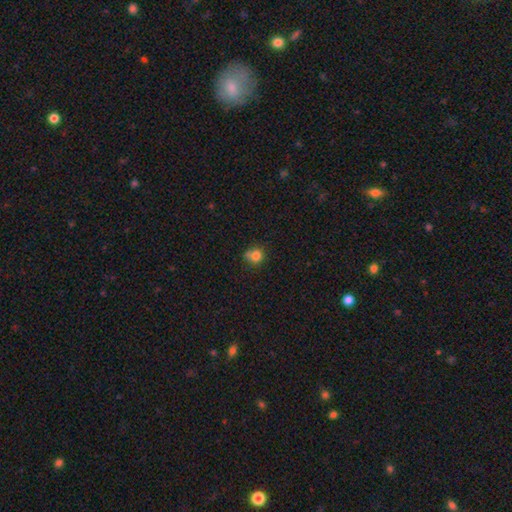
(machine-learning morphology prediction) The model was most divided on "merging": none: 55%, minor disturbance: 28%, merger: 9%, major disturbance: 8%. More confident: smooth or featured — smooth (79%); how rounded — round (77%).